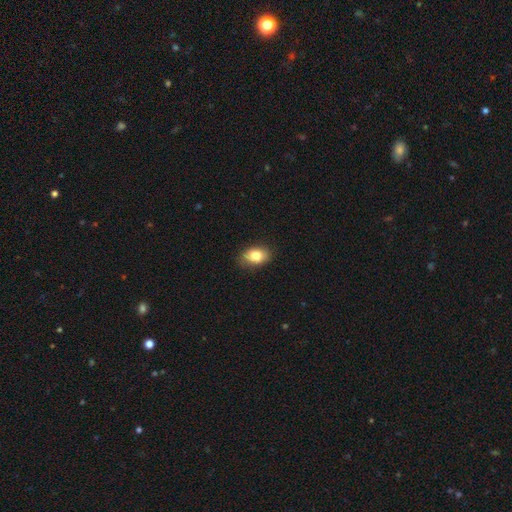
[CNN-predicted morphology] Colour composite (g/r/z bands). It shows a smooth galaxy with no disk features (82%) that is in between round and cigar-shaped (84%). Merging: none (83%).